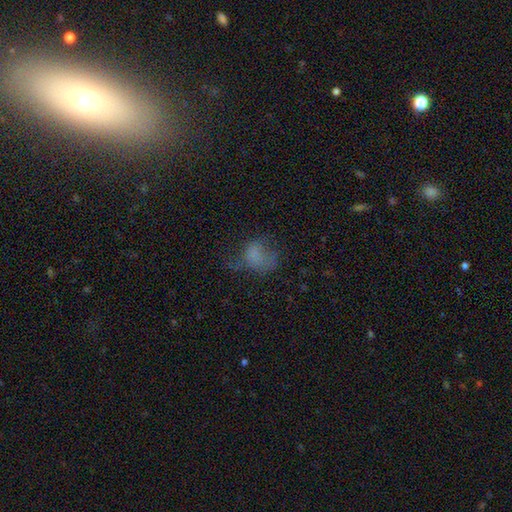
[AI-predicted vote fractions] Smooth or featured: smooth — 60% (featured or disk — 22%)
How rounded: in between — 57% (round — 41%)
Merging: major disturbance — 39% (none — 34%)